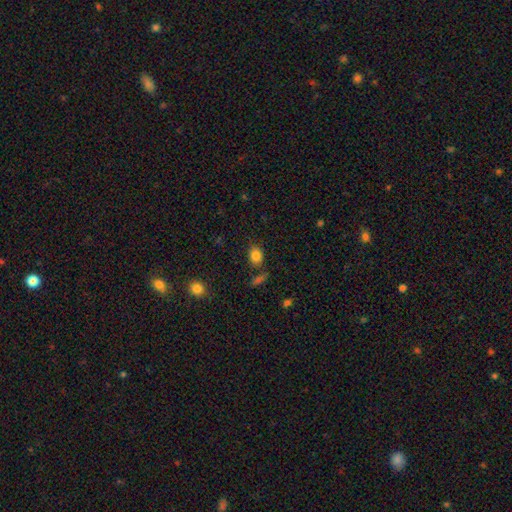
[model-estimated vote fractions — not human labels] A smooth galaxy with no disk features (83%) that is in between round and cigar-shaped (61%).

Vote fractions:
- Smooth or featured? smooth: 83% / star or artifact: 10% / featured or disk: 6%
- How rounded? in between: 61% / round: 38% / cigar-shaped: 1%
- Merging? none: 74% / minor disturbance: 14% / merger: 8% / major disturbance: 4%